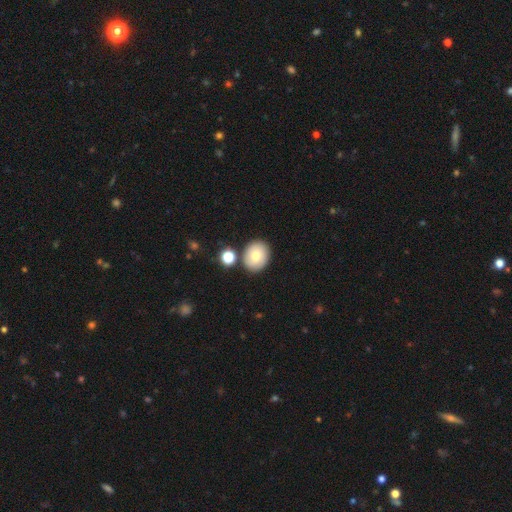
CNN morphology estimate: smooth-or-featured: smooth: 71% | featured or disk: 20% | star or artifact: 9%
  how-rounded: round: 60% | in between: 39% | cigar-shaped: 1%
  merging: none: 78% | minor disturbance: 10% | merger: 9% | major disturbance: 3%